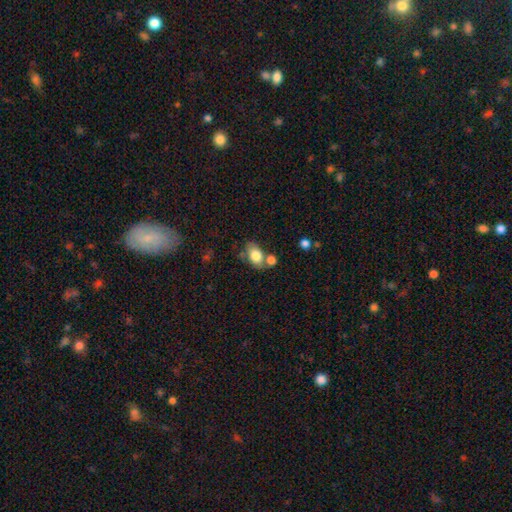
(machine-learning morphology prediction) This appears to be a smooth galaxy with no disk features (78%) that is in between round and cigar-shaped (83%). Merging: none (51%).